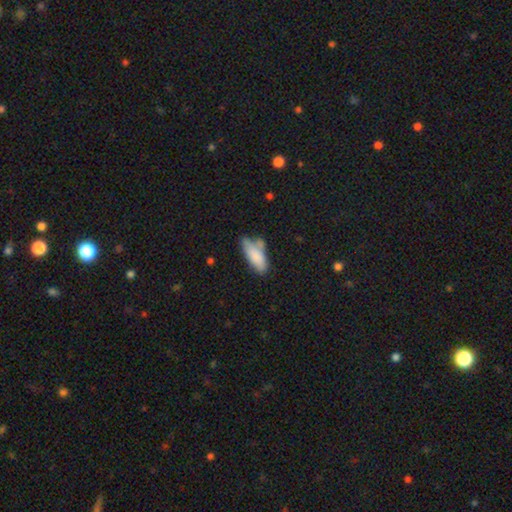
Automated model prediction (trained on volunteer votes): smooth_or_featured: smooth (p=0.81) [alt: featured or disk p=0.13]
how_rounded: in between (p=0.70) [alt: cigar-shaped p=0.28]
merging: none (p=0.49) [alt: minor disturbance p=0.27]